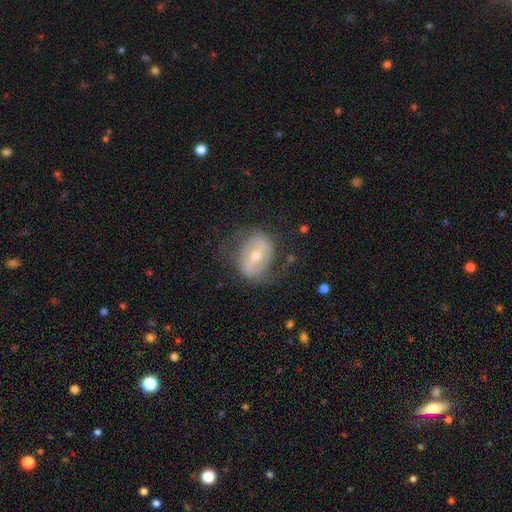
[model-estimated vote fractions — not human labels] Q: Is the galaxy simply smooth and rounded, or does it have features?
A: featured or disk — 70%.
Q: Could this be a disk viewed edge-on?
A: no — 95%.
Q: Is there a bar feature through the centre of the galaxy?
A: weak — 39%, tied with strong.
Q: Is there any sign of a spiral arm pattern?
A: yes — 70%.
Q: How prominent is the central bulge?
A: moderate — 55%.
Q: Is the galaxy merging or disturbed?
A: none — 67%.